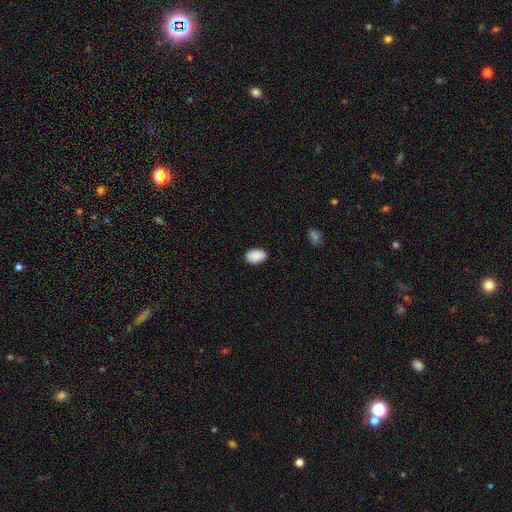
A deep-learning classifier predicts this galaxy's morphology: Smooth or featured? Predicted: smooth (p=0.90). How rounded? Predicted: in between (p=0.89). Merging? Predicted: none (p=0.86).